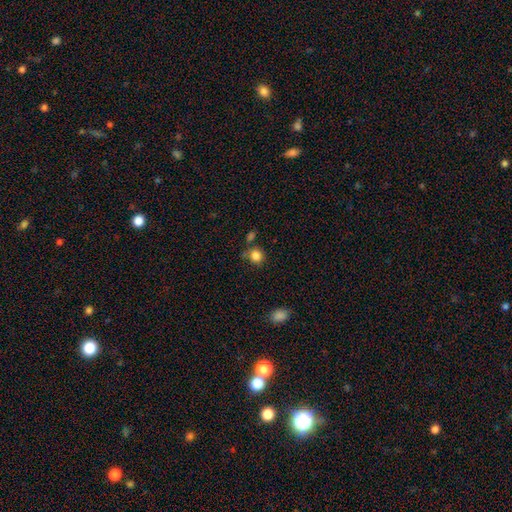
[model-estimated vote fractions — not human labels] The model was most divided on "merging": none: 69%, minor disturbance: 15%, merger: 11%, major disturbance: 5%. More confident: how rounded — round (87%); smooth or featured — smooth (84%).